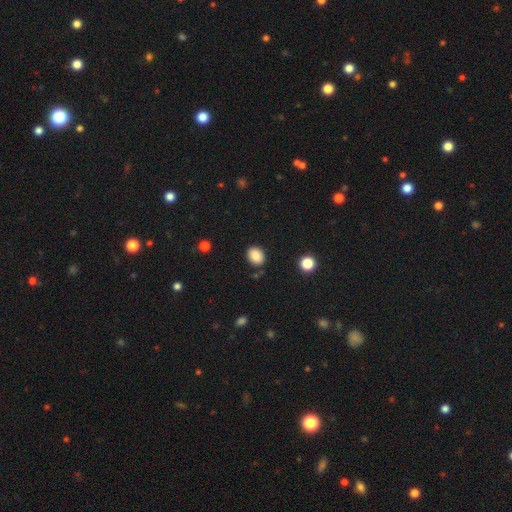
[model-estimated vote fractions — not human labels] smooth_or_featured: smooth (p=0.87) [alt: star or artifact p=0.09]
how_rounded: in between (p=0.63) [alt: round p=0.36]
merging: none (p=0.85) [alt: minor disturbance p=0.10]